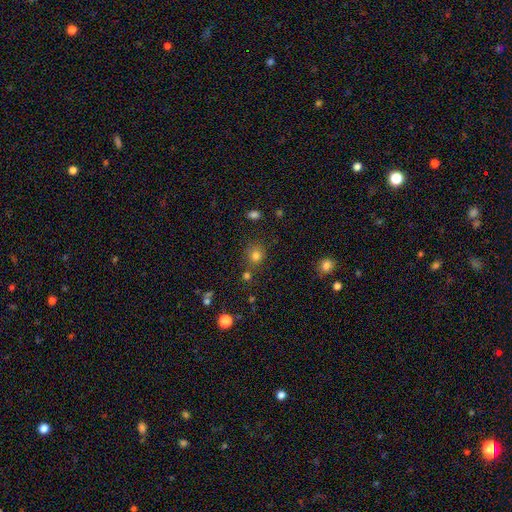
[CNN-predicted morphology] This appears to be a smooth galaxy with no disk features (78%) that is round (83%). Merging: none (72%).